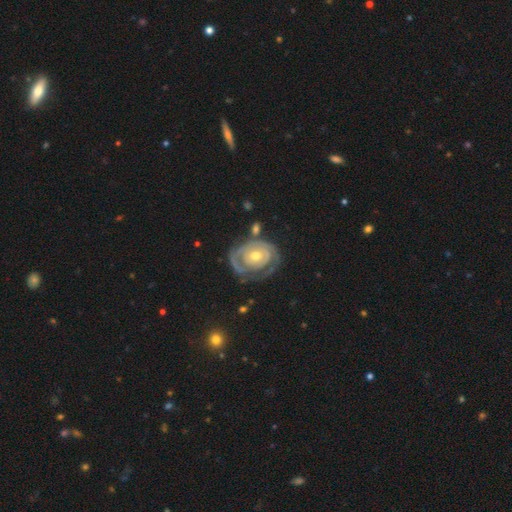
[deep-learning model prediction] Smooth or featured?
  - featured or disk: 84% *
  - smooth: 12%
  - star or artifact: 4%
Edge-on disk?
  - no: 97% *
  - yes: 3%
Bar?
  - no: 76% *
  - weak: 19%
  - strong: 5%
Spiral arms?
  - yes: 86% *
  - no: 14%
Spiral winding?
  - tight: 75% *
  - medium: 18%
  - loose: 7%
Spiral arm count?
  - 2: 34% *
  - can't tell: 28%
  - 1: 24%
  - 3: 9%
  - 4: 3%
  - more than 4: 3%
Bulge size?
  - moderate: 65% *
  - small: 28%
  - large: 4%
  - none: 1%
  - dominant: 1%
Merging?
  - none: 55% *
  - minor disturbance: 22%
  - major disturbance: 17%
  - merger: 6%